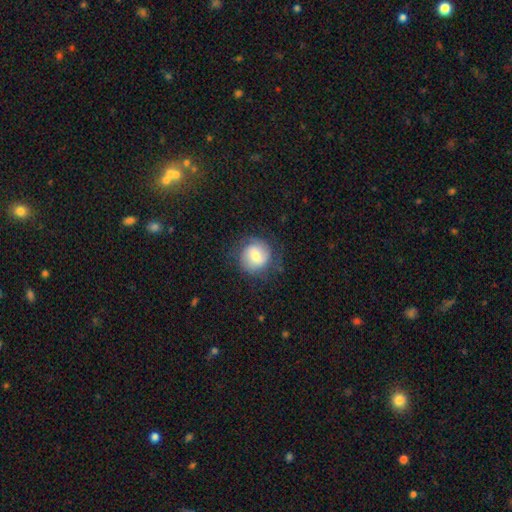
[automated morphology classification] Overall: smooth (59%; featured or disk 32%). How rounded: round (88%). Merging: none (70%).